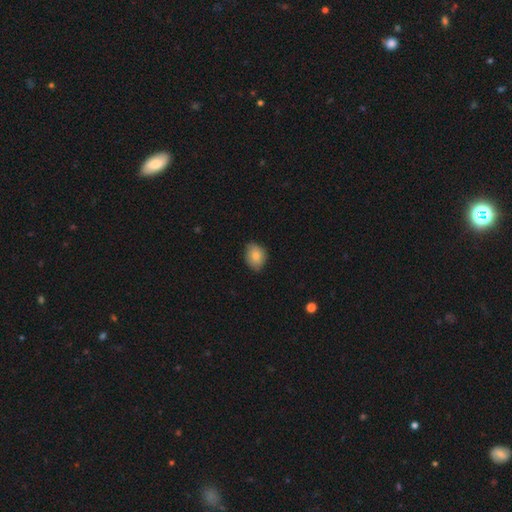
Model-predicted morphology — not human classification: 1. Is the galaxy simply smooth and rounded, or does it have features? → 82% smooth, 11% featured or disk, 7% star or artifact.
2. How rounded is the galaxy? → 58% in between, 41% round, 1% cigar-shaped.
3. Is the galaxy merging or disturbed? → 75% none, 21% minor disturbance, 3% major disturbance, 1% merger.